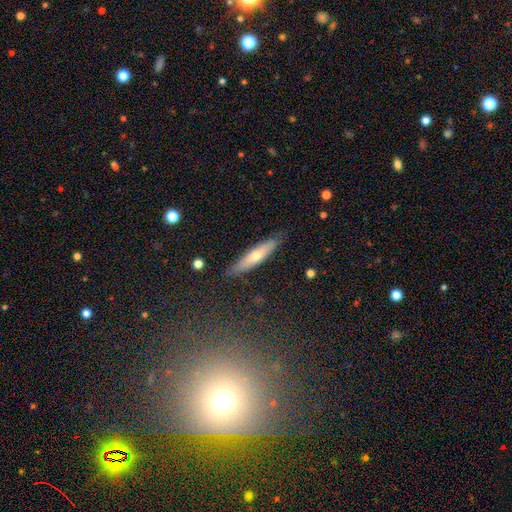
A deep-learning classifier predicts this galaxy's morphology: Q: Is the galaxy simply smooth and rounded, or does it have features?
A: smooth — 53%.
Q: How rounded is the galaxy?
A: cigar-shaped — 81%.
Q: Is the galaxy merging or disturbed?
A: none — 85%.